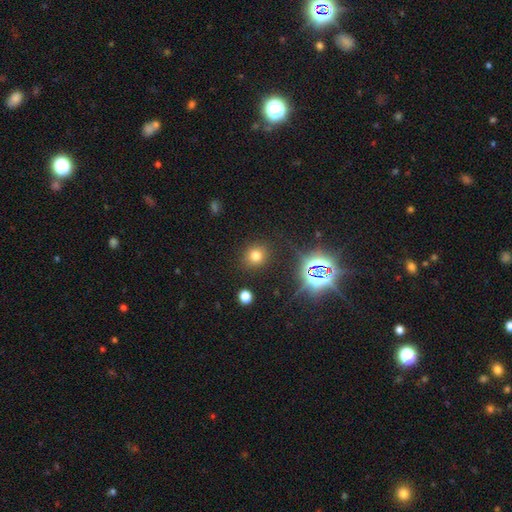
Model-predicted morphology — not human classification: A smooth galaxy with no disk features (70%) that is round (81%).

Vote fractions:
- Smooth or featured? smooth: 70% / star or artifact: 22% / featured or disk: 8%
- How rounded? round: 81% / in between: 18% / cigar-shaped: 1%
- Merging? none: 87% / minor disturbance: 8% / major disturbance: 3% / merger: 2%